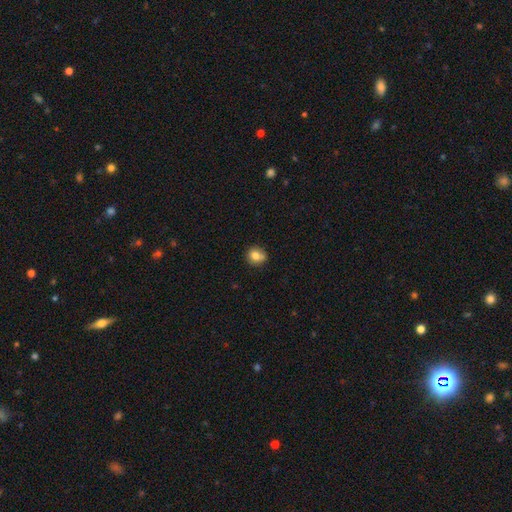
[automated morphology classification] smooth 79%, featured or disk 10%, star or artifact 10%. Down the decision tree: how rounded — round (81%); merging — none (73%).